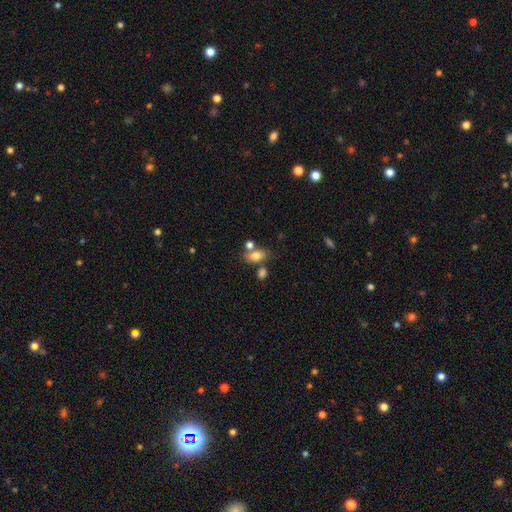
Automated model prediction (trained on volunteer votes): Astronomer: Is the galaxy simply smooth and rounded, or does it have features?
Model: smooth — 78%.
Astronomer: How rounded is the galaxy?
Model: in between — 84%.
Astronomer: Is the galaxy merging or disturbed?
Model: none — 51% (runner-up: merger, 28%).